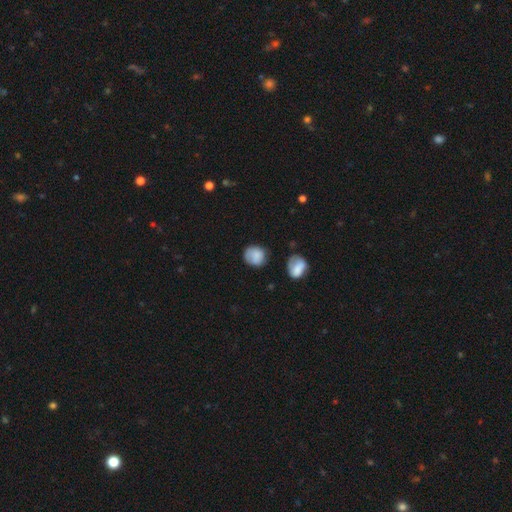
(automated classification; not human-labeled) Smooth or featured: smooth — 80% (featured or disk — 11%)
How rounded: round — 73% (in between — 26%)
Merging: none — 63% (minor disturbance — 26%)